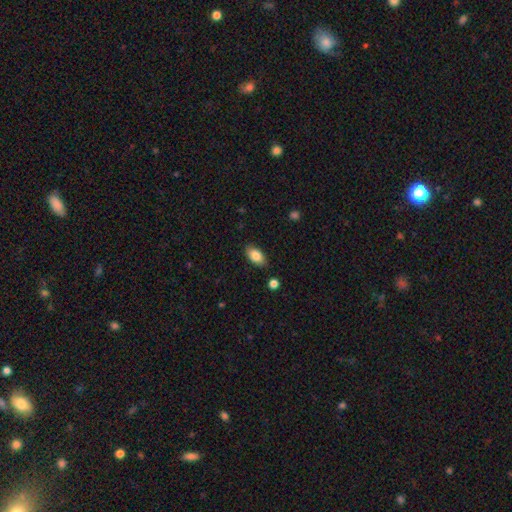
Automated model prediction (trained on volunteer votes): A smooth galaxy with no disk features (84%) that is in between round and cigar-shaped (92%).

Vote fractions:
- Smooth or featured? smooth: 84% / featured or disk: 9% / star or artifact: 7%
- How rounded? in between: 92% / cigar-shaped: 5% / round: 4%
- Merging? none: 86% / minor disturbance: 10% / major disturbance: 2% / merger: 2%